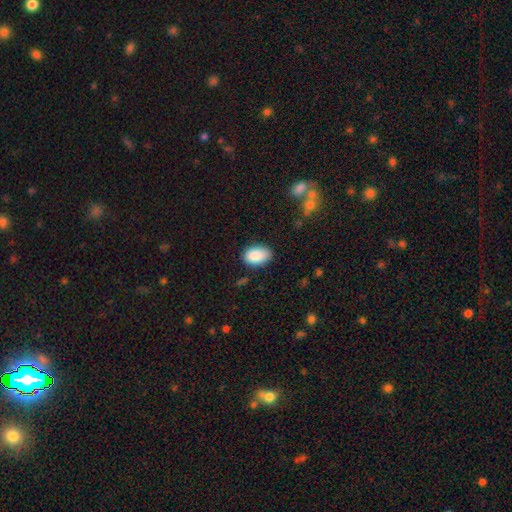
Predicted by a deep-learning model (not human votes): Q: Smooth or featured?
A: smooth (88%); runner-up: star or artifact (7%)
Q: How rounded?
A: in between (87%); runner-up: round (12%)
Q: Merging?
A: none (78%); runner-up: minor disturbance (17%)